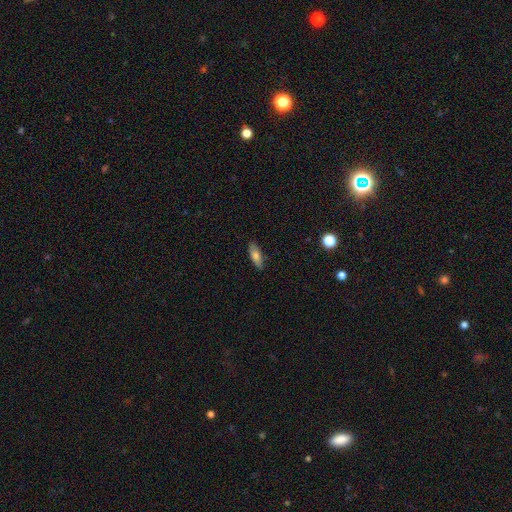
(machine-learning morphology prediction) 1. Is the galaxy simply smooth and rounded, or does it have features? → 73% smooth, 20% featured or disk, 7% star or artifact.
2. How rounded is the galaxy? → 61% in between, 36% cigar-shaped, 2% round.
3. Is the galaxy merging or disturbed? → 85% none, 12% minor disturbance, 2% major disturbance, 1% merger.